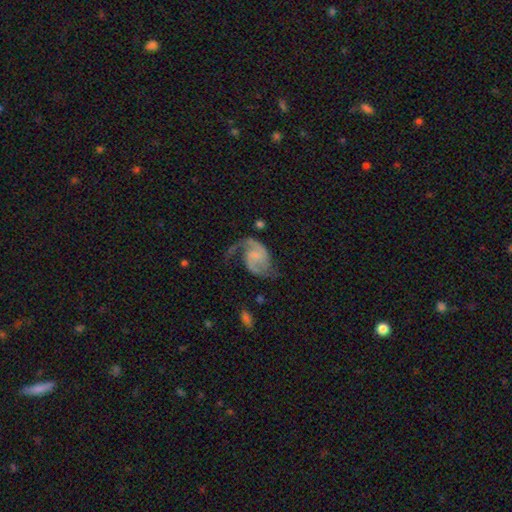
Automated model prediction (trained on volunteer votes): Q: Smooth or featured?
A: featured or disk (87%); runner-up: smooth (8%)
Q: Edge-on disk?
A: no (98%); runner-up: yes (2%)
Q: Bar?
A: no (48%); runner-up: weak (42%)
Q: Spiral arms?
A: yes (96%); runner-up: no (4%)
Q: Spiral winding?
A: medium (47%); runner-up: loose (41%)
Q: Spiral arm count?
A: 2 (84%); runner-up: 1 (10%)
Q: Bulge size?
A: small (47%); runner-up: none (32%)
Q: Merging?
A: none (56%); runner-up: major disturbance (22%)